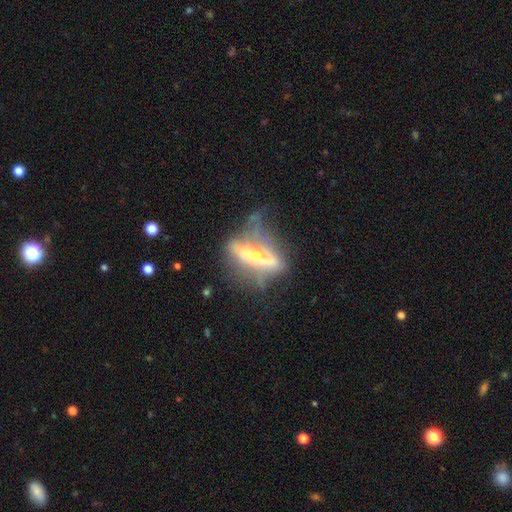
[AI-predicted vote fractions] Smooth or featured? featured or disk (72%)
Edge-on disk? yes (55%)
Merging? none (40%)